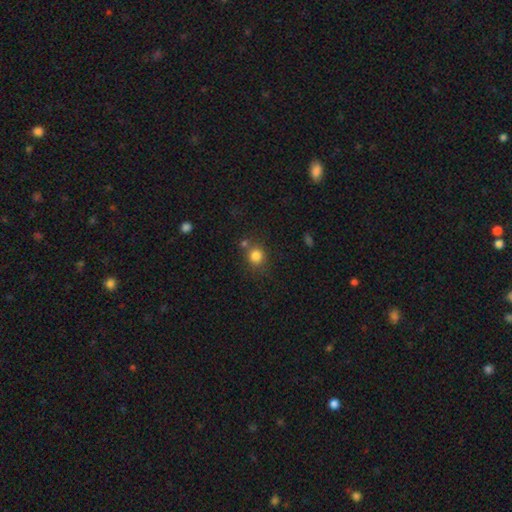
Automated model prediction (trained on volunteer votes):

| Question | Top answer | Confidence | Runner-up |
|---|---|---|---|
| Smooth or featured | smooth | 82% | star or artifact (12%) |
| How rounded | round | 86% | in between (13%) |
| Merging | none | 70% | merger (15%) |